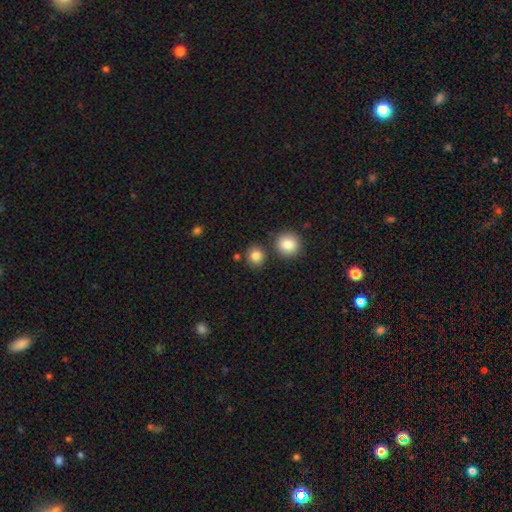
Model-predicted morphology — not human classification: This appears to be a smooth galaxy with no disk features (83%) that is round (83%). Merging: none (80%).